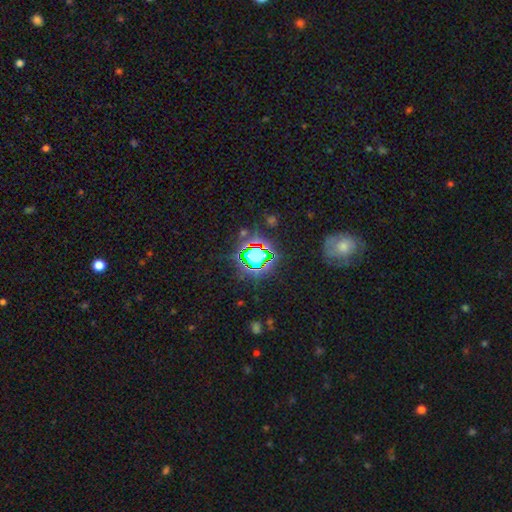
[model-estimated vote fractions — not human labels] Overall: star or artifact (71%).